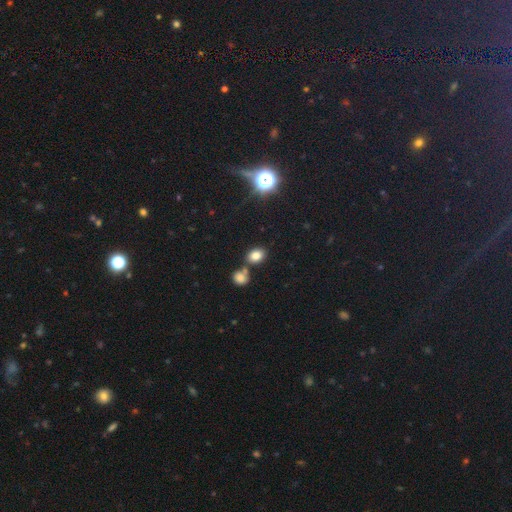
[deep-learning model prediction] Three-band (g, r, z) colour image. It shows a smooth galaxy with no disk features (80%) that is in between round and cigar-shaped (66%). Merging: none (63%).